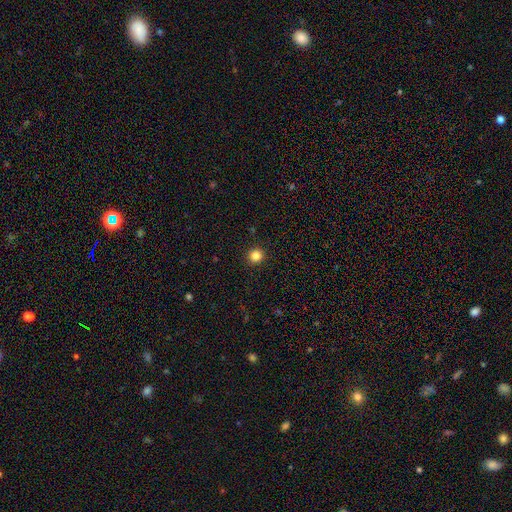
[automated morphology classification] smooth_or_featured: smooth (p=0.84) [alt: star or artifact p=0.12]
how_rounded: round (p=0.92) [alt: in between p=0.07]
merging: none (p=0.92) [alt: minor disturbance p=0.05]